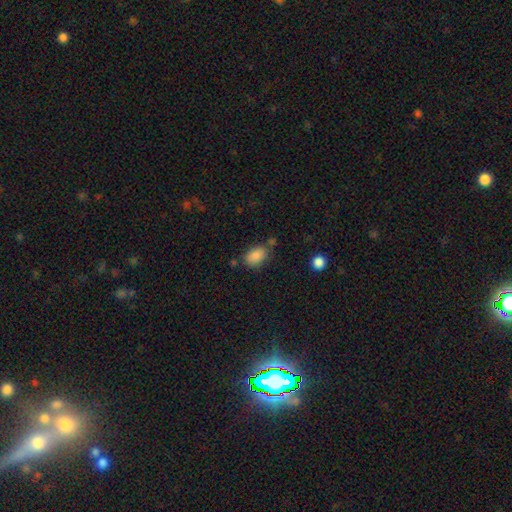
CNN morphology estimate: The model was most divided on "merging": none: 70%, minor disturbance: 17%, merger: 8%, major disturbance: 5%. More confident: smooth or featured — smooth (86%); how rounded — in between (86%).